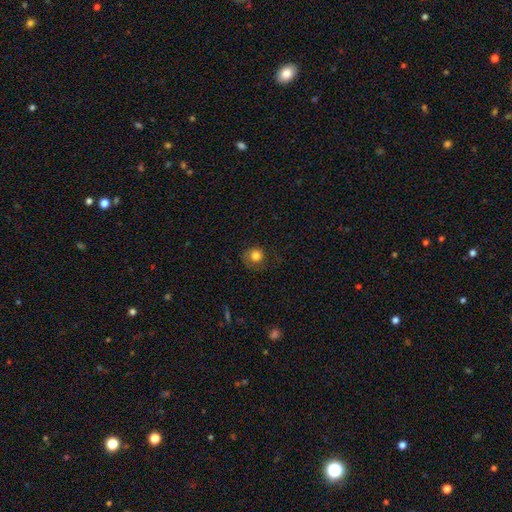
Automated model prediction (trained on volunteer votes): Smooth or featured? Predicted: smooth (p=0.80). How rounded? Predicted: round (p=0.88). Merging? Predicted: none (p=0.71).